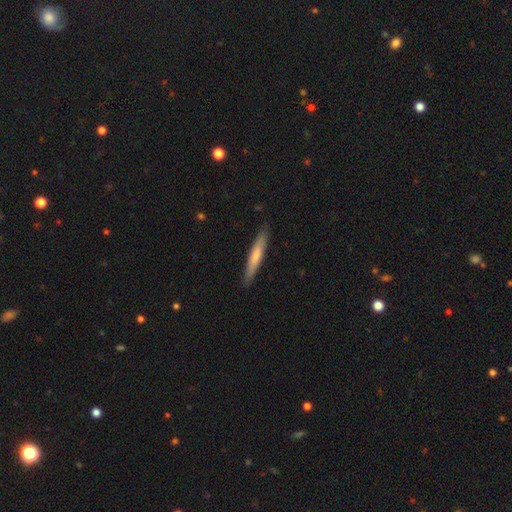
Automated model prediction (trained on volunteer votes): Smooth or featured? smooth (65%)
How rounded? cigar-shaped (94%)
Merging? none (88%)